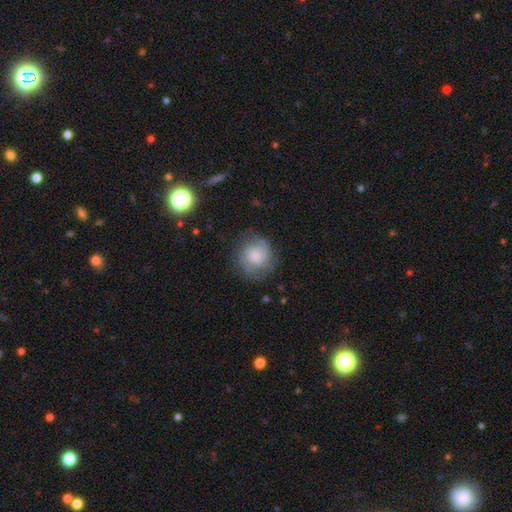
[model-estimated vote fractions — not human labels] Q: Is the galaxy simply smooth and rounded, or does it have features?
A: smooth — 60%.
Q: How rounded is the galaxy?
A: round — 89%.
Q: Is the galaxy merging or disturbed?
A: none — 69%.